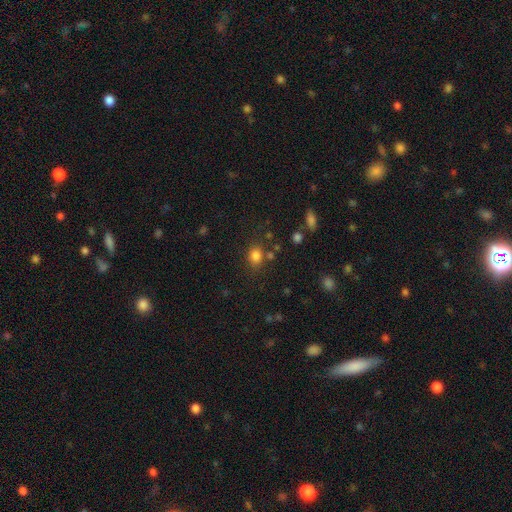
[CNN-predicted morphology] A smooth galaxy with no disk features (81%) that is round (51%). Merging: none (75%).